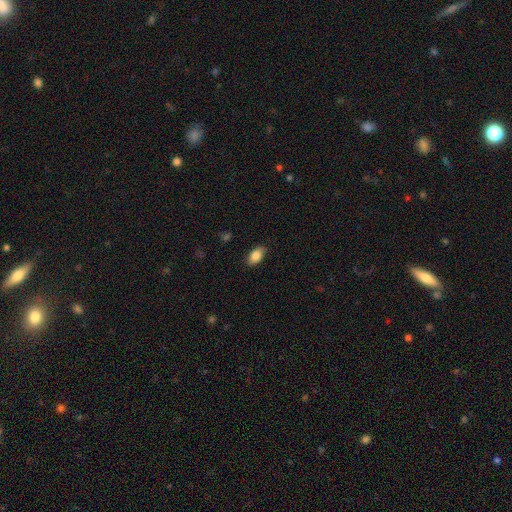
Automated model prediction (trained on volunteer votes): This is clearly a smooth galaxy (86%). How rounded: clearly in between (92%). Merging: clearly none (86%).